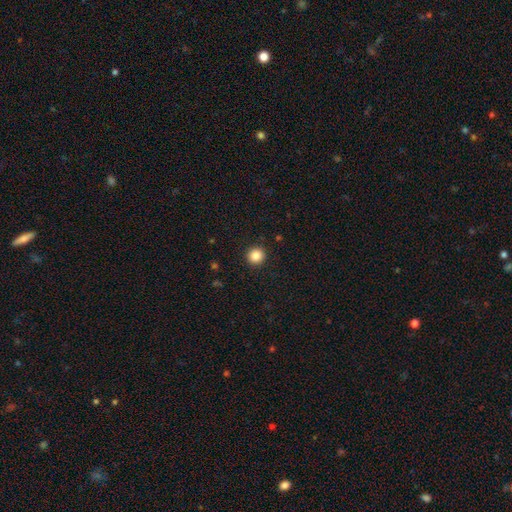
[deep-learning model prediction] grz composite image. It shows a smooth galaxy with no disk features (86%) that is round (94%). Merging: none (93%).